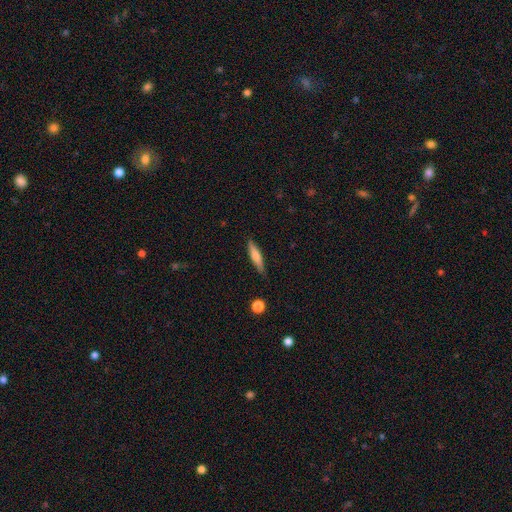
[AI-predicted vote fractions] A smooth galaxy with no disk features (67%) that is cigar-shaped (83%). Merging: none (84%).